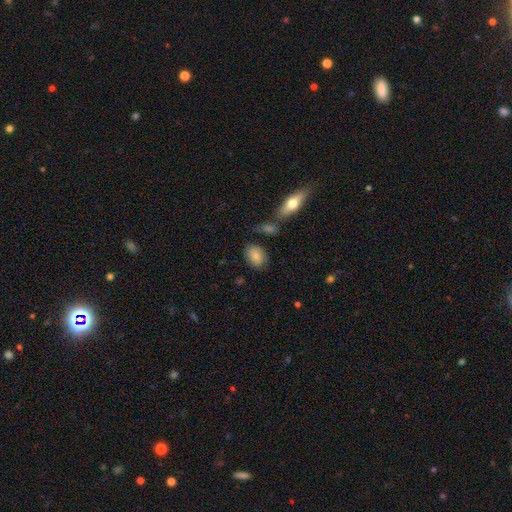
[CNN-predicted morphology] This appears to be a smooth galaxy with no disk features (83%) that is in between round and cigar-shaped (81%). Merging: none (75%).